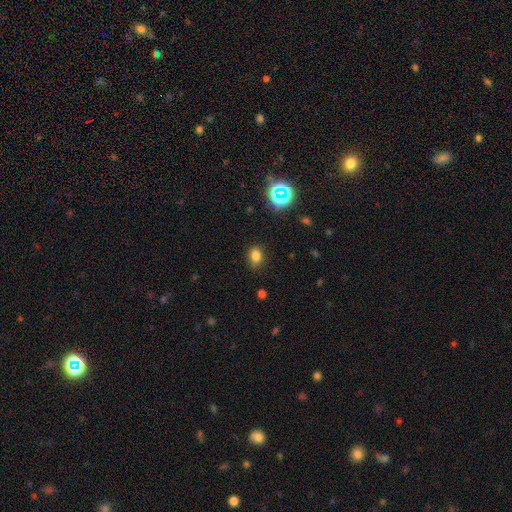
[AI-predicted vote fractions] Q: Smooth or featured?
A: smooth (78%); runner-up: star or artifact (16%)
Q: How rounded?
A: in between (64%); runner-up: round (35%)
Q: Merging?
A: none (83%); runner-up: minor disturbance (12%)